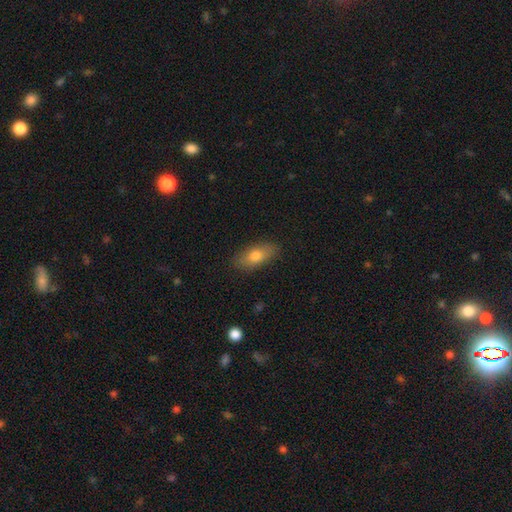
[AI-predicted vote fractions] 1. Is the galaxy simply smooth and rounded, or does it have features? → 75% smooth, 18% featured or disk, 7% star or artifact.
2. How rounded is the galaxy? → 83% in between, 12% cigar-shaped, 5% round.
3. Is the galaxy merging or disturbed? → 85% none, 11% minor disturbance, 3% major disturbance, 1% merger.